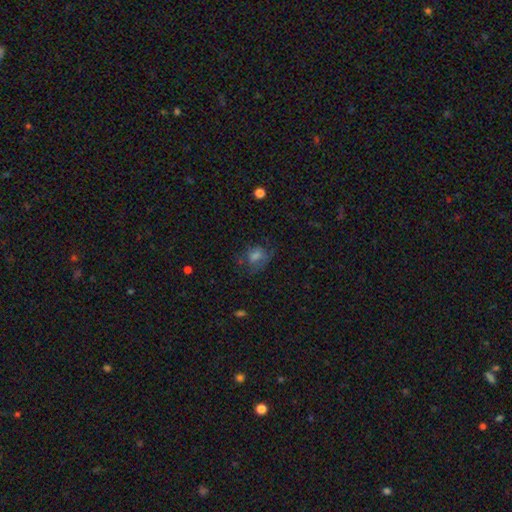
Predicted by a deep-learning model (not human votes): This appears to be a smooth galaxy with no disk features (54%) that is round (50%). Merging: none (53%).